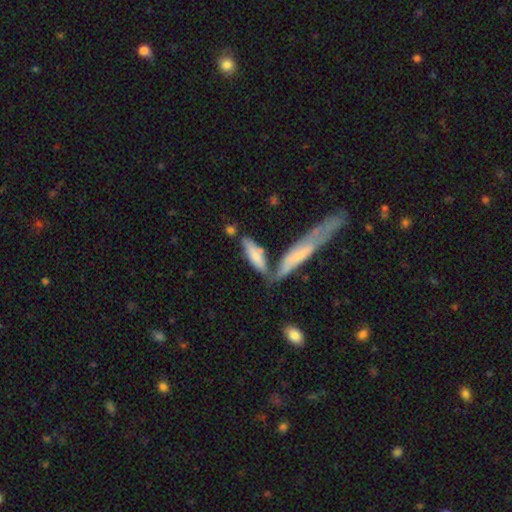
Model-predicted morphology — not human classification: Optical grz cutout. It shows a smooth galaxy with no disk features (64%) that is cigar-shaped (60%). Merging: none (41%).